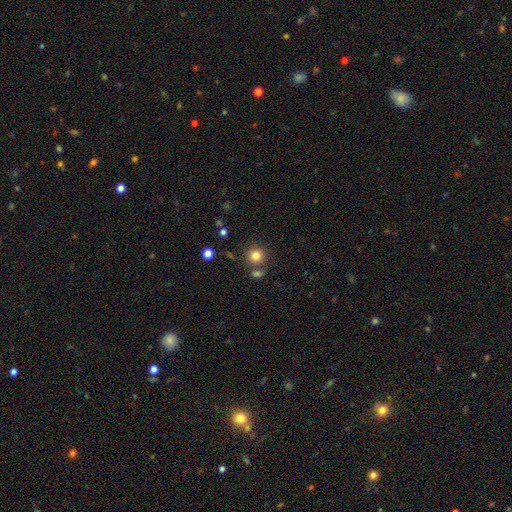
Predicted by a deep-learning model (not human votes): smooth-or-featured: smooth: 82% | star or artifact: 11% | featured or disk: 7%
  how-rounded: round: 91% | in between: 8% | cigar-shaped: 1%
  merging: none: 74% | merger: 13% | minor disturbance: 9% | major disturbance: 3%